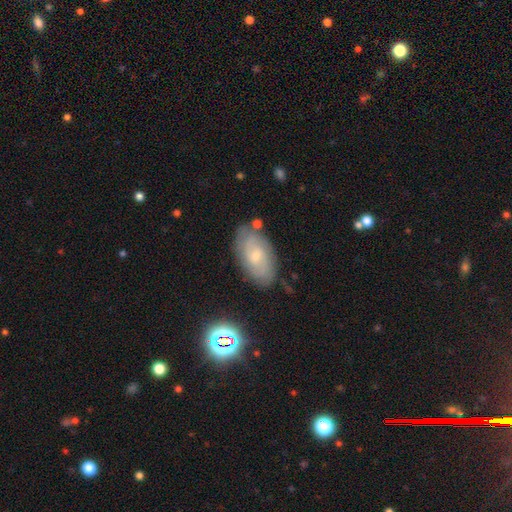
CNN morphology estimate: This appears to be a featured or disk galaxy (63%) with no bar (57%), spiral arms (85%) and a small central bulge (67%). Merging: none (77%).